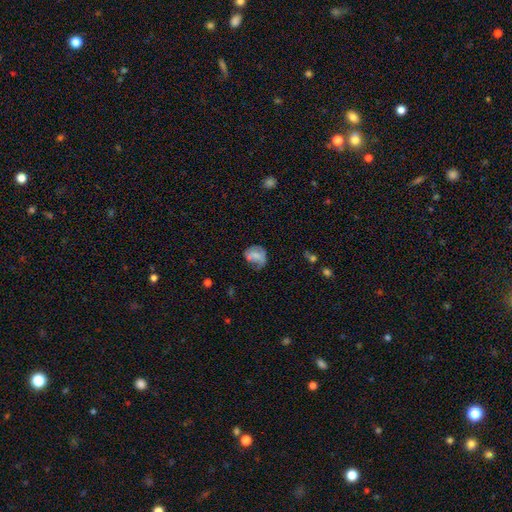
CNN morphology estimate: Smooth or featured? Predicted: smooth (p=0.56). How rounded? Predicted: round (p=0.57). Merging? Predicted: none (p=0.41).